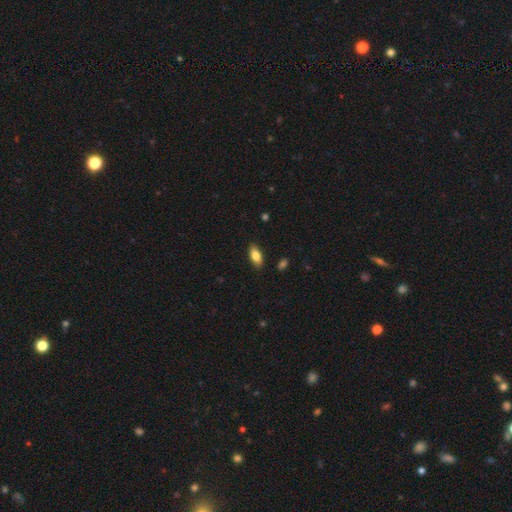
Overall: smooth (79%). How rounded: in between (81%). Merging: none (86%).